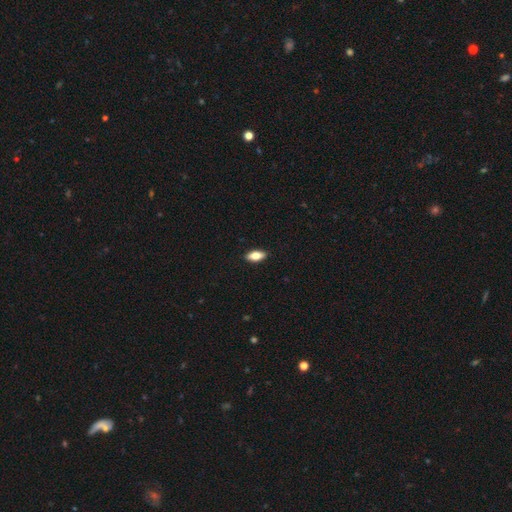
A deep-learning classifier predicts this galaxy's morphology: A smooth galaxy with no disk features (75%) that is in between round and cigar-shaped (84%). Merging: none (90%).